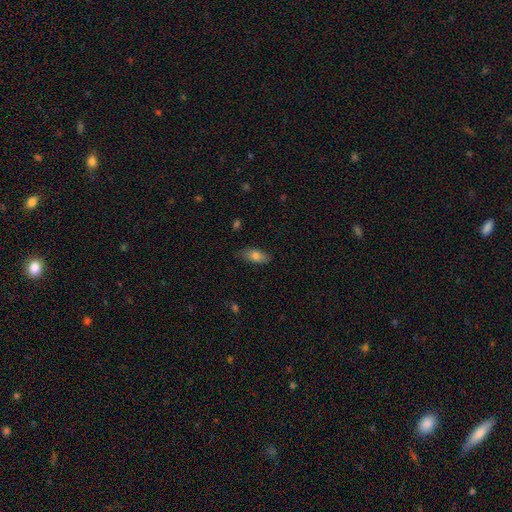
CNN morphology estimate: Smooth or featured? Predicted: smooth (p=0.78). How rounded? Predicted: in between (p=0.83). Merging? Predicted: none (p=0.82).